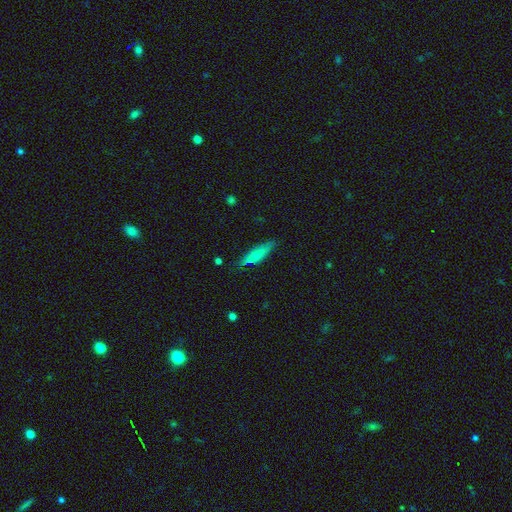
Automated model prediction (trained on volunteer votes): Overall: smooth (65%; featured or disk 28%). How rounded: cigar-shaped (67%; in between 31%). Merging: none (76%).